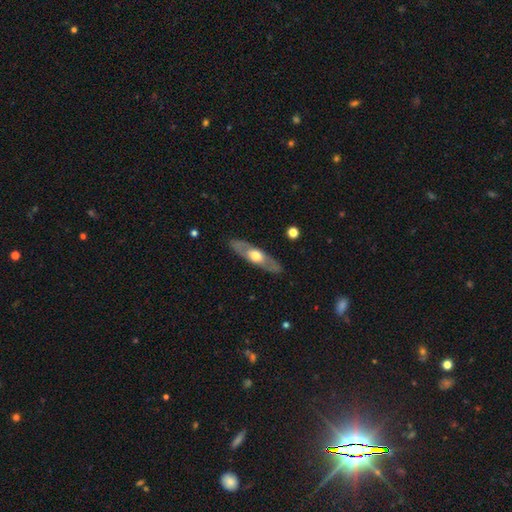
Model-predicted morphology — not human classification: Smooth or featured: featured or disk — 58% (smooth — 38%)
Edge-on disk: yes — 51% (no — 49%)
Merging: none — 87% (minor disturbance — 9%)